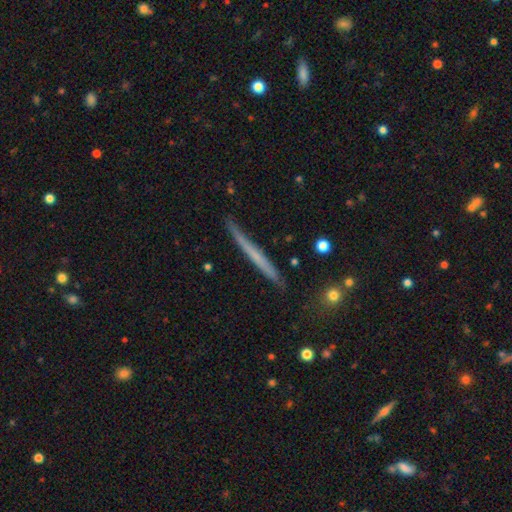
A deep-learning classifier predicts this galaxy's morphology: A featured or disk galaxy (48%). Merging: none (86%).